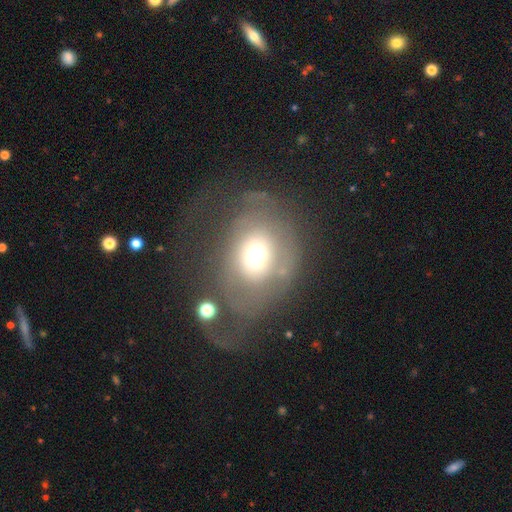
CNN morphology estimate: Q: Smooth or featured?
A: smooth (46%); runner-up: featured or disk (42%)
Q: Merging?
A: major disturbance (42%); runner-up: none (33%)